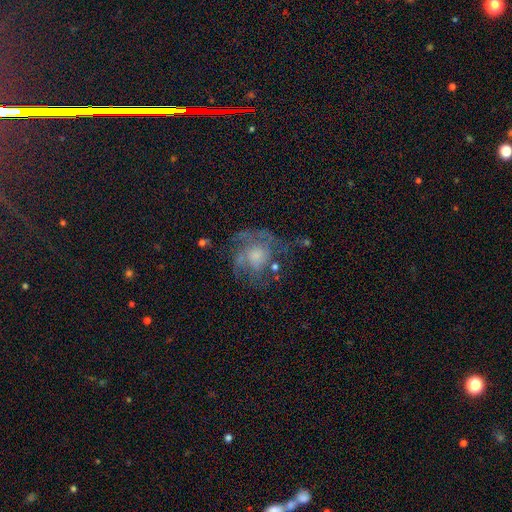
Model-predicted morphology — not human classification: A featured or disk galaxy (65%) with no bar (81%), spiral arms (73%) and a moderate central bulge (39%).

Vote fractions:
- Smooth or featured? featured or disk: 65% / smooth: 25% / star or artifact: 10%
- Edge-on disk? no: 97% / yes: 3%
- Bar? no: 81% / weak: 17% / strong: 3%
- Spiral arms? yes: 73% / no: 27%
- Bulge size? moderate: 39% / small: 34% / large: 13% / none: 11% / dominant: 2%
- Merging? none: 48% / major disturbance: 27% / minor disturbance: 21% / merger: 4%